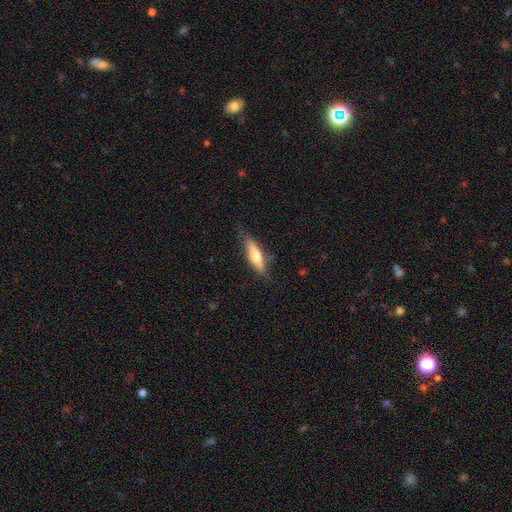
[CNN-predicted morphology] This appears to be a smooth galaxy with no disk features (57%) that is cigar-shaped (68%). Merging: none (79%).